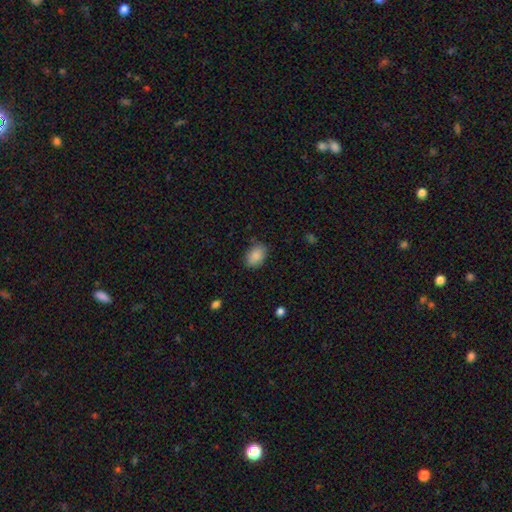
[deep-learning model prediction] smooth-or-featured: smooth: 88% | star or artifact: 8% | featured or disk: 4%
  how-rounded: in between: 80% | round: 19% | cigar-shaped: 1%
  merging: none: 81% | minor disturbance: 14% | major disturbance: 3% | merger: 1%